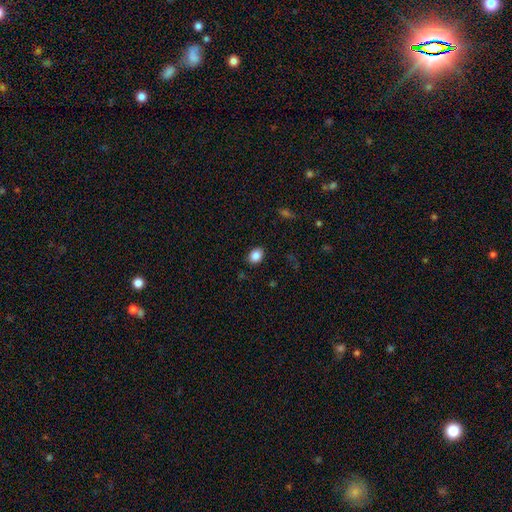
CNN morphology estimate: Q: Smooth or featured?
A: smooth (86%); runner-up: star or artifact (9%)
Q: How rounded?
A: in between (63%); runner-up: round (36%)
Q: Merging?
A: none (87%); runner-up: minor disturbance (9%)